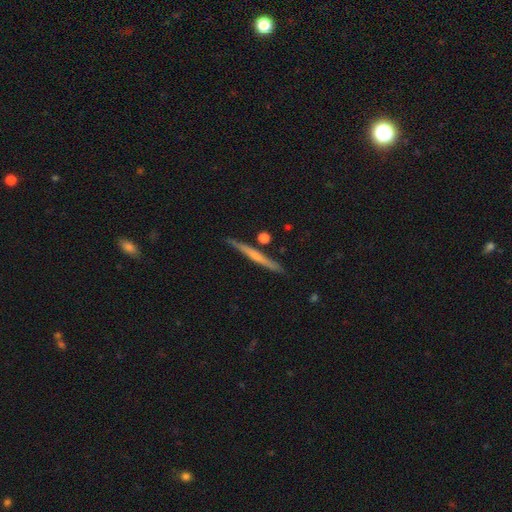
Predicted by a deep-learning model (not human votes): Overall: featured or disk (53%; smooth 42%). Edge-on disk: yes (97%). Edge-on bulge: none (68%). Merging: none (86%).